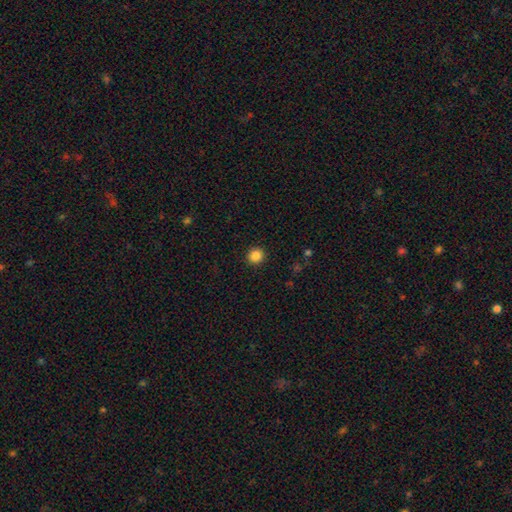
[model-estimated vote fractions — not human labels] Smooth or featured? smooth (86%)
How rounded? round (93%)
Merging? none (92%)